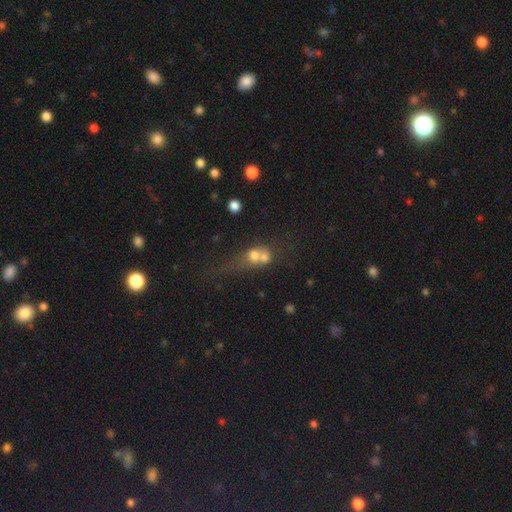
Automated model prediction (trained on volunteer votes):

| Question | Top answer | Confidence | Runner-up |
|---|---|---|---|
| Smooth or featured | smooth | 59% | featured or disk (26%) |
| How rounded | round | 59% | in between (33%) |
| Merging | merger | 62% | none (21%) |